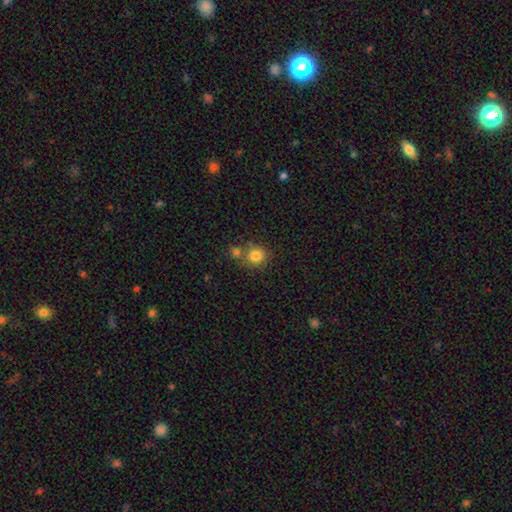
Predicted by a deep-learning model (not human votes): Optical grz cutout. It shows a smooth galaxy with no disk features (81%) that is round (86%). Merging: none (60%).